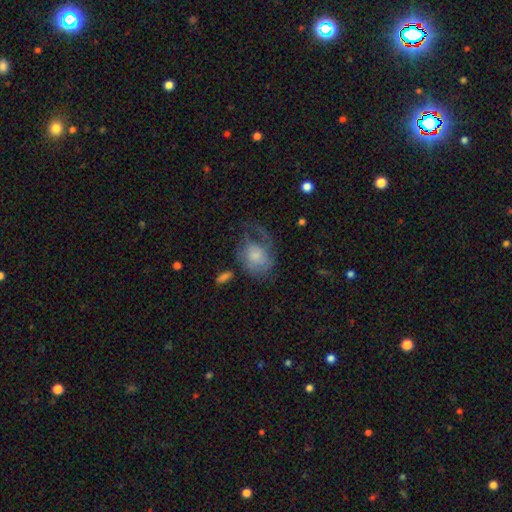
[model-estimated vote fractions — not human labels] Overall: featured or disk (46%, tied with smooth). Merging: major disturbance (49%; none 26%).